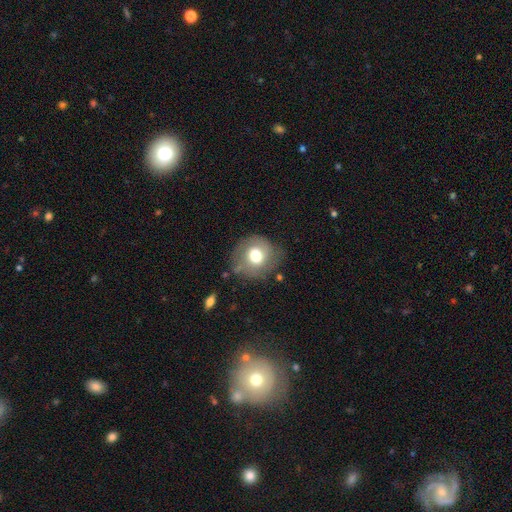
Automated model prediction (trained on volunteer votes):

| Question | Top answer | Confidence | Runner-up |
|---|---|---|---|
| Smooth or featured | smooth | 64% | featured or disk (27%) |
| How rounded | round | 82% | in between (17%) |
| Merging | none | 67% | minor disturbance (21%) |